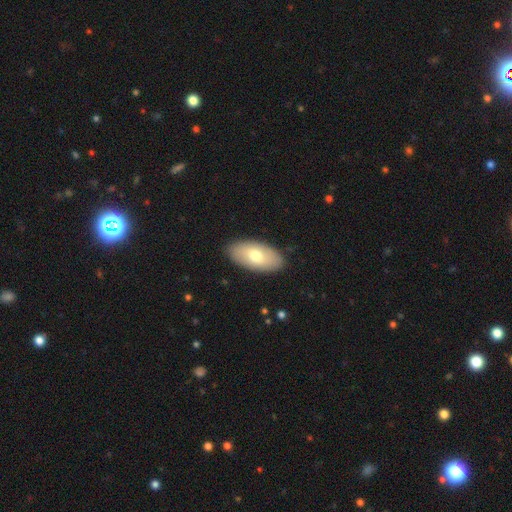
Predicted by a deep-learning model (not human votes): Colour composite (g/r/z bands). It shows a smooth galaxy with no disk features (68%) that is in between round and cigar-shaped (94%). Merging: none (88%).